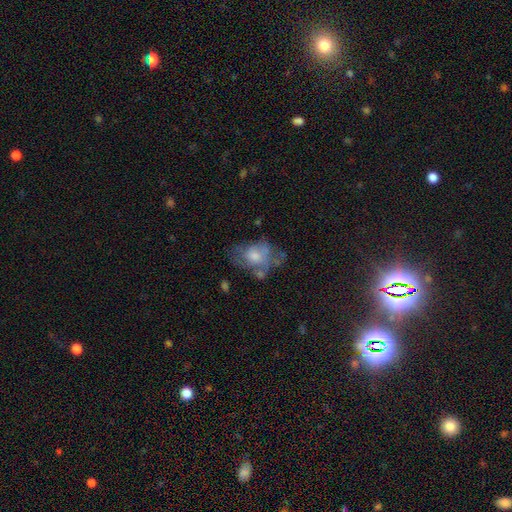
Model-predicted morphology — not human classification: smooth_or_featured: smooth (p=0.51) [alt: featured or disk p=0.40]
how_rounded: in between (p=0.71) [alt: round p=0.27]
merging: major disturbance (p=0.32) [alt: none p=0.31]